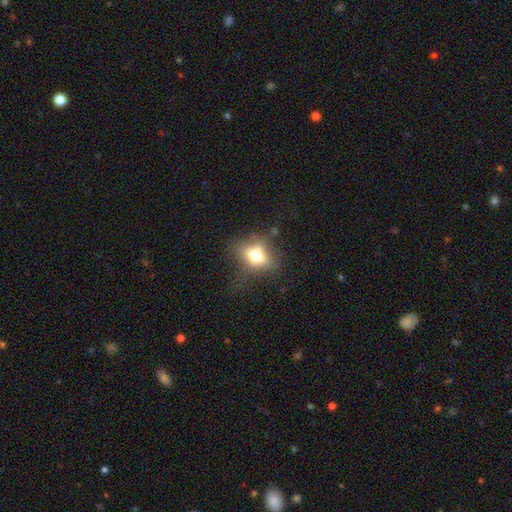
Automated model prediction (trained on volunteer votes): smooth-or-featured: smooth: 64% | featured or disk: 24% | star or artifact: 13%
  how-rounded: in between: 68% | round: 29% | cigar-shaped: 4%
  merging: none: 51% | minor disturbance: 24% | major disturbance: 16% | merger: 9%